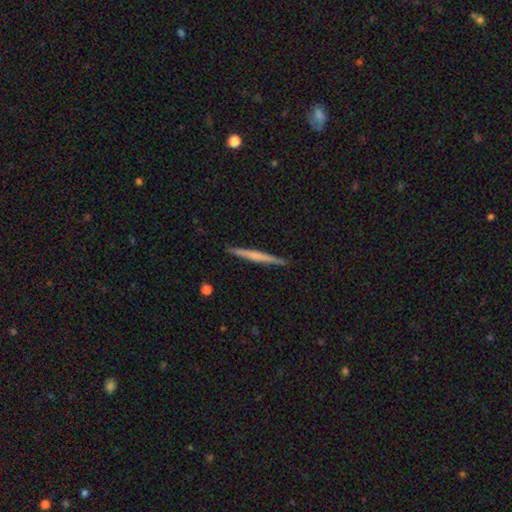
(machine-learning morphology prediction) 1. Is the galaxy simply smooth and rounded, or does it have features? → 49% featured or disk, 46% smooth, 5% star or artifact.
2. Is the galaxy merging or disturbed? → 92% none, 6% minor disturbance, 1% major disturbance, 1% merger.